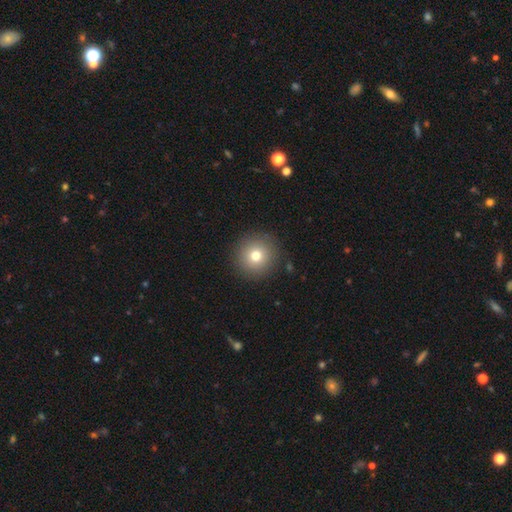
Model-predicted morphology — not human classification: smooth 76%, star or artifact 12%, featured or disk 11%. Down the decision tree: how rounded — round (95%); merging — none (91%).